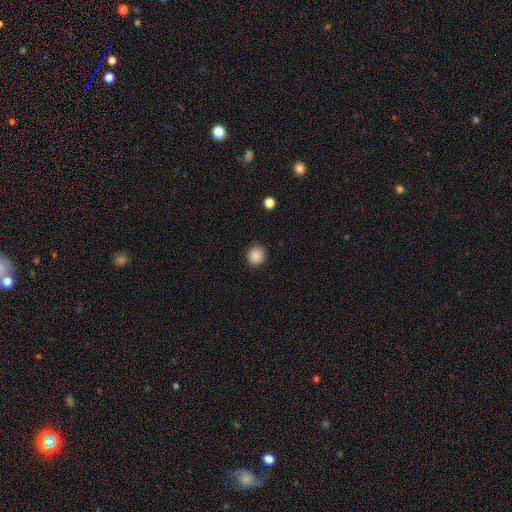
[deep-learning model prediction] Morphology: type=smooth (88%); roundness=round (82%); merging=none (90%).